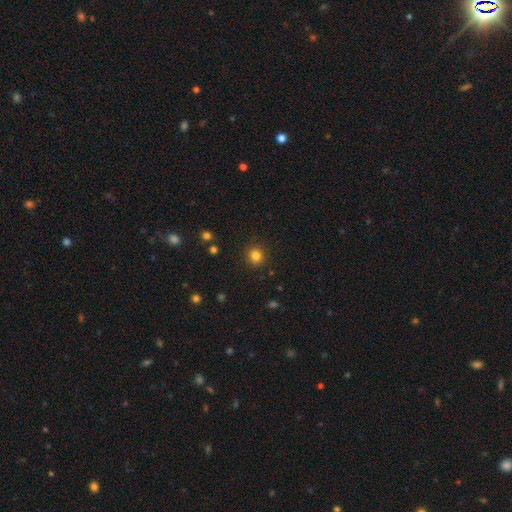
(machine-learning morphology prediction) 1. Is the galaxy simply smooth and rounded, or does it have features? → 81% smooth, 14% star or artifact, 5% featured or disk.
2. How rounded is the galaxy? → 88% round, 11% in between, 1% cigar-shaped.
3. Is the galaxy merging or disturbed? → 90% none, 7% minor disturbance, 2% major disturbance, 1% merger.